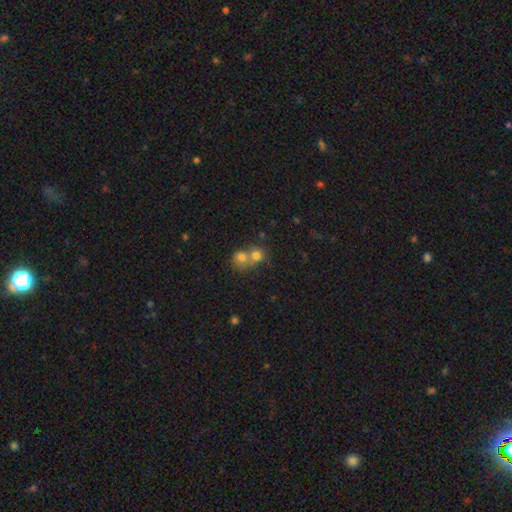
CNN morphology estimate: smooth_or_featured: smooth (p=0.73) [alt: featured or disk p=0.14]
how_rounded: round (p=0.80) [alt: in between p=0.19]
merging: merger (p=0.63) [alt: none p=0.30]